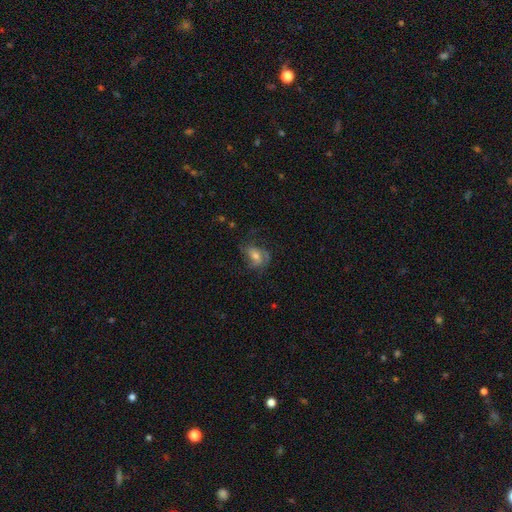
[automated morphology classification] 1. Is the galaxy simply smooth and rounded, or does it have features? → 59% featured or disk, 29% smooth, 12% star or artifact.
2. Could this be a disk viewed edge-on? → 96% no, 4% yes.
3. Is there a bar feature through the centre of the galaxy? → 55% no, 34% weak, 11% strong.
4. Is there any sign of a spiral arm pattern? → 83% yes, 17% no.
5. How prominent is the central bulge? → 58% moderate, 31% small, 7% large, 3% none, 1% dominant.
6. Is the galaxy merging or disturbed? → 56% none, 23% minor disturbance, 19% major disturbance, 2% merger.